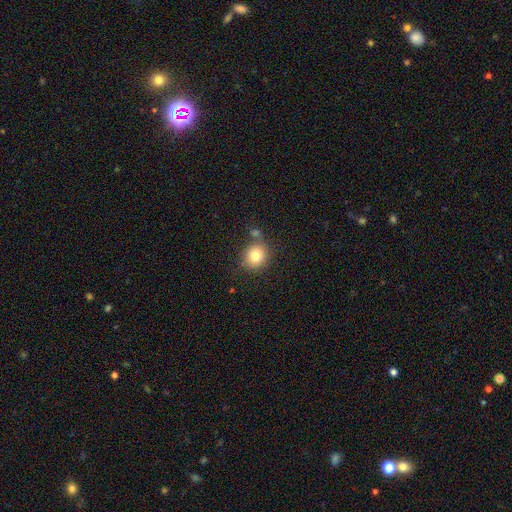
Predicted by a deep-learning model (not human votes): This appears to be a smooth galaxy with no disk features (80%) that is round (85%). Merging: none (70%).